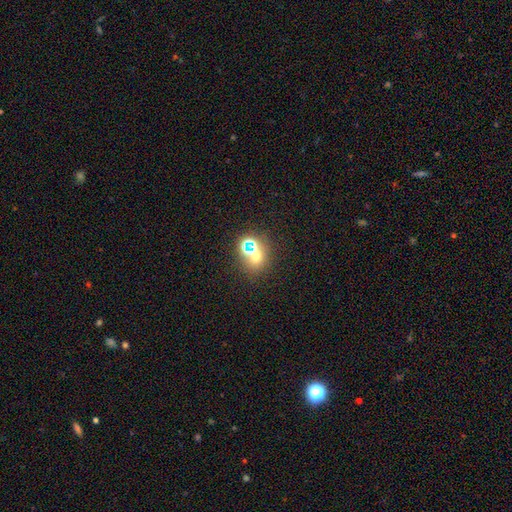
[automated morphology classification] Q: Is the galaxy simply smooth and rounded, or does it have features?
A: smooth — 50%.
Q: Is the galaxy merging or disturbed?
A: none — 61%.